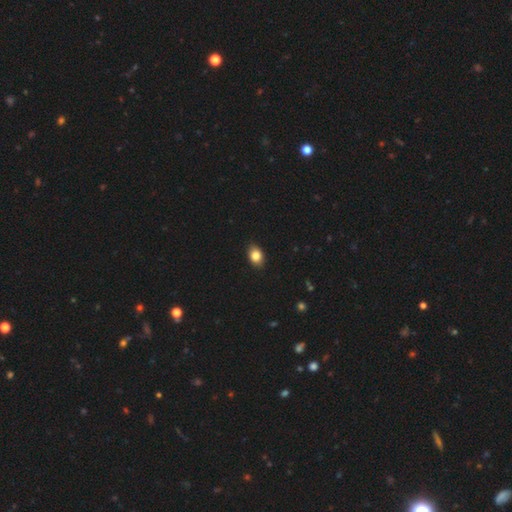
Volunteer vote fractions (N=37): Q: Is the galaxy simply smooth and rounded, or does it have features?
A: smooth — 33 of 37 (89%).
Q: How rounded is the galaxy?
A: in between — 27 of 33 (82%).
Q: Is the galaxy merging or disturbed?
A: none — 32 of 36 (89%).